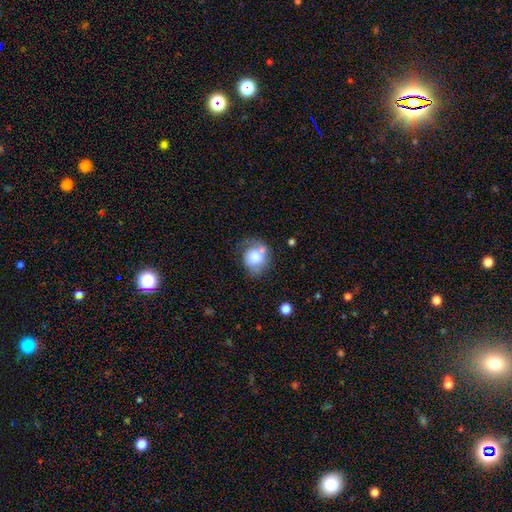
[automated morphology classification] This is likely a smooth galaxy (65%). How rounded: likely round (65%). Merging: marginally none (44%).